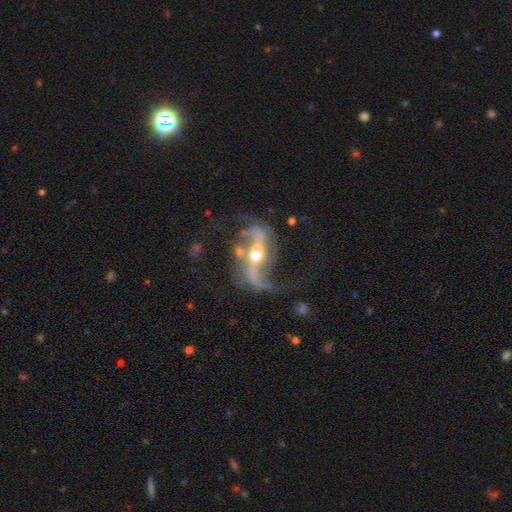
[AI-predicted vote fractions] smooth_or_featured: featured or disk (p=0.85) [alt: star or artifact p=0.08]
disk_edge_on: no (p=0.96) [alt: yes p=0.04]
bar: no (p=0.39) [alt: strong p=0.33]
has_spiral_arms: yes (p=0.91) [alt: no p=0.09]
spiral_winding: loose (p=0.76) [alt: medium p=0.20]
spiral_arm_count: 2 (p=0.85) [alt: 1 p=0.07]
bulge_size: moderate (p=0.63) [alt: small p=0.26]
merging: none (p=0.43) [alt: merger p=0.22]